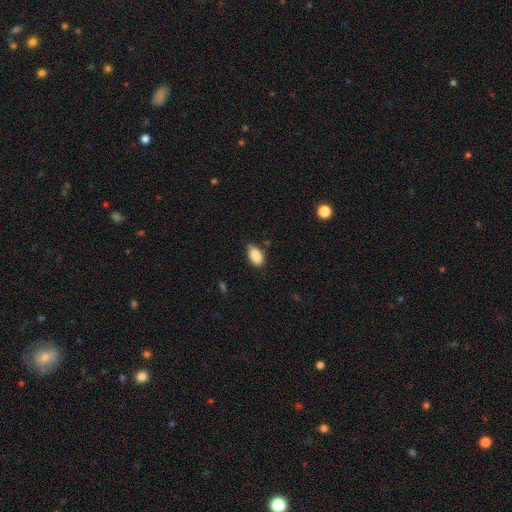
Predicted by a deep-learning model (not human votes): Overall: smooth (88%). How rounded: in between (91%). Merging: none (69%).